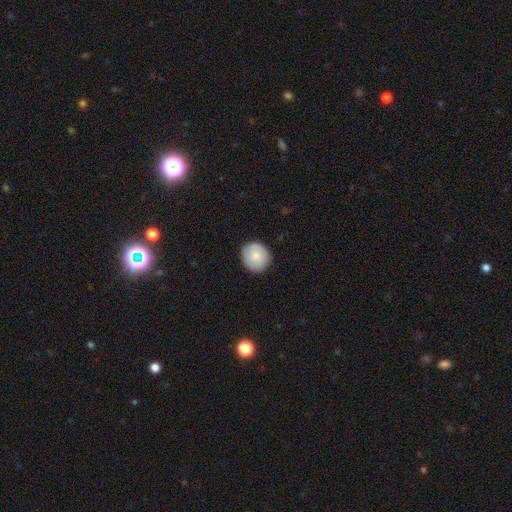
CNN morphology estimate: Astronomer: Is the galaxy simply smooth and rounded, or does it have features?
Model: smooth — 83%.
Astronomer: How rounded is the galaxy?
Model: round — 91%.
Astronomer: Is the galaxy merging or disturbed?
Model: none — 89%.